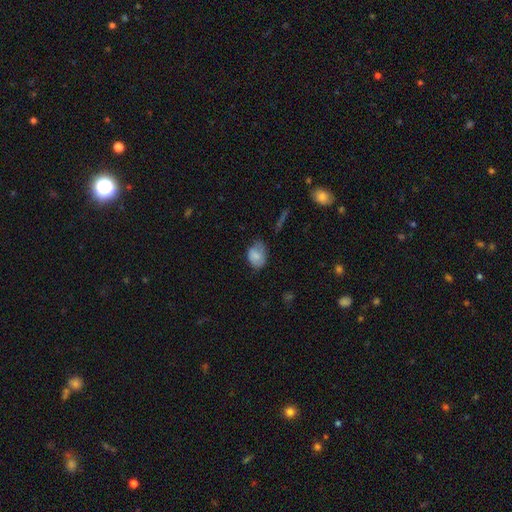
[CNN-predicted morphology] Smooth or featured?
  - smooth: 78% *
  - featured or disk: 14%
  - star or artifact: 8%
How rounded?
  - in between: 74% *
  - round: 25%
  - cigar-shaped: 1%
Merging?
  - none: 49% *
  - minor disturbance: 37%
  - major disturbance: 12%
  - merger: 2%